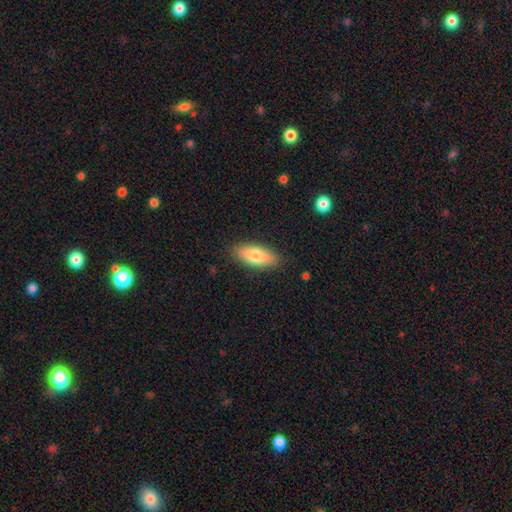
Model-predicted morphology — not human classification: This is likely a smooth galaxy (77%). How rounded: likely in between (78%). Merging: clearly none (87%).